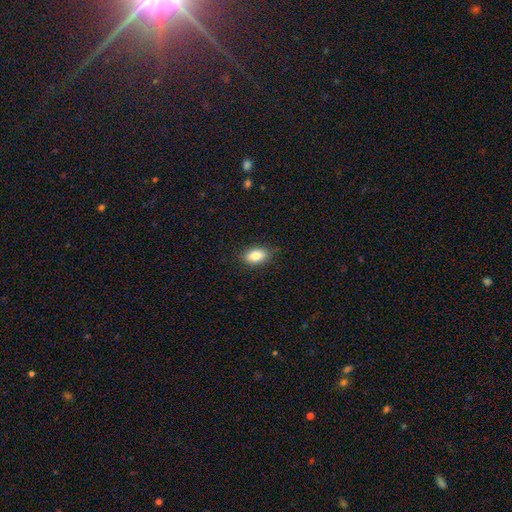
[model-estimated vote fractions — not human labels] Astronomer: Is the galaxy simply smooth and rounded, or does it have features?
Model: smooth — 82%.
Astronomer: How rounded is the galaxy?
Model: in between — 88%.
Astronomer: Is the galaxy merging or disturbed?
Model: none — 85%.